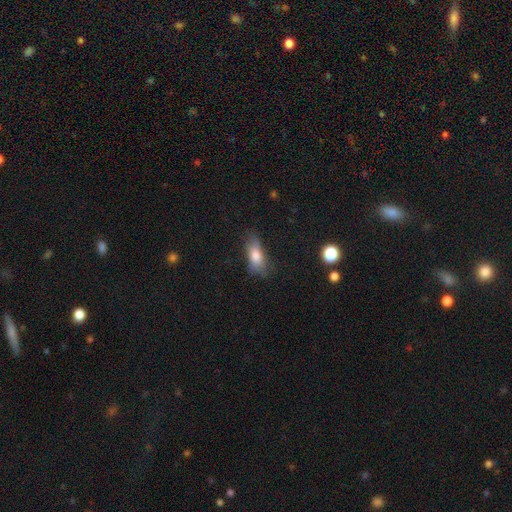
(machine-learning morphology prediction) Smooth or featured: smooth — 74% (featured or disk — 17%)
How rounded: in between — 78% (cigar-shaped — 17%)
Merging: none — 57% (minor disturbance — 29%)